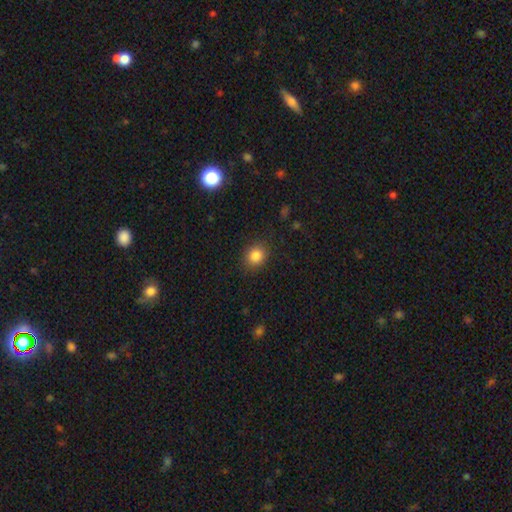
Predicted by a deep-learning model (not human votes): A smooth galaxy with no disk features (85%) that is round (70%). Merging: none (87%).